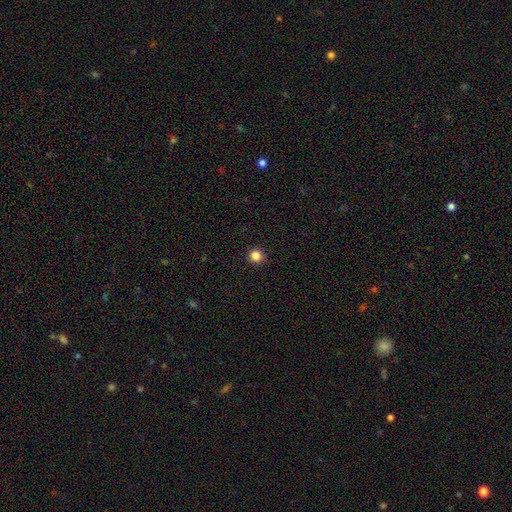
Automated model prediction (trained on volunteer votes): Morphology: type=smooth (84%); roundness=round (95%); merging=none (92%).